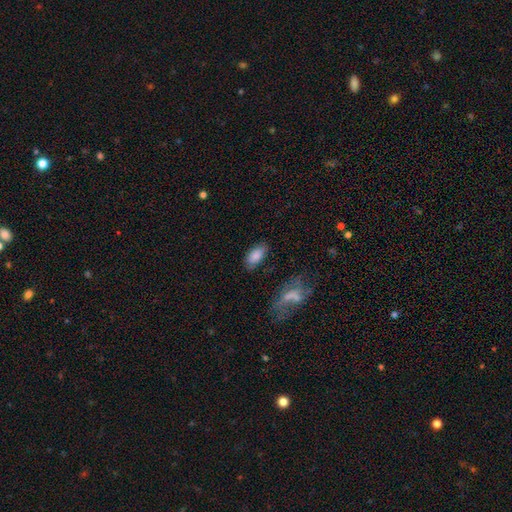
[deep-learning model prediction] This appears to be a smooth galaxy with no disk features (83%) that is in between round and cigar-shaped (93%). Merging: none (78%).